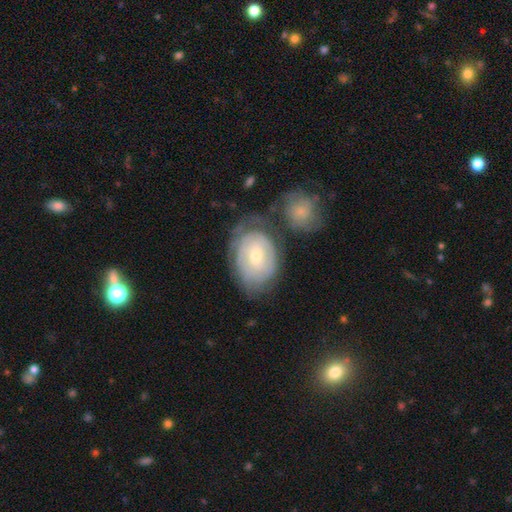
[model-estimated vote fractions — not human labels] featured or disk 62%, smooth 31%, star or artifact 7%. Down the decision tree: edge-on disk — no (95%); bar — no (63%); spiral arms — yes (77%); bulge size — small (57%); merging — none (53%).